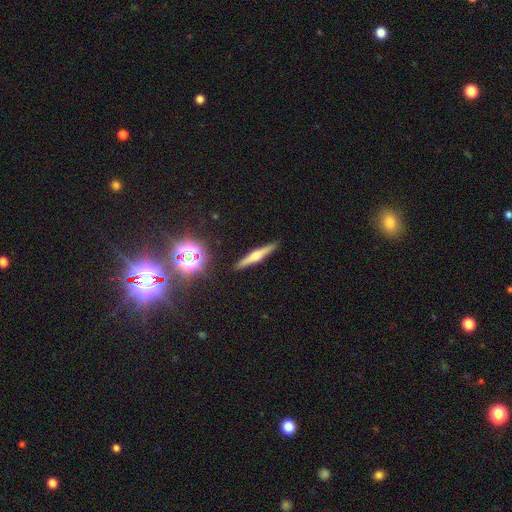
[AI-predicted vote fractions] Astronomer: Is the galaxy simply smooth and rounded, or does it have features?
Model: featured or disk — 64%.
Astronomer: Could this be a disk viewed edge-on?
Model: yes — 97%.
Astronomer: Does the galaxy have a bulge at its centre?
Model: rounded — 88%.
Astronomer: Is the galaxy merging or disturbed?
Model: none — 91%.